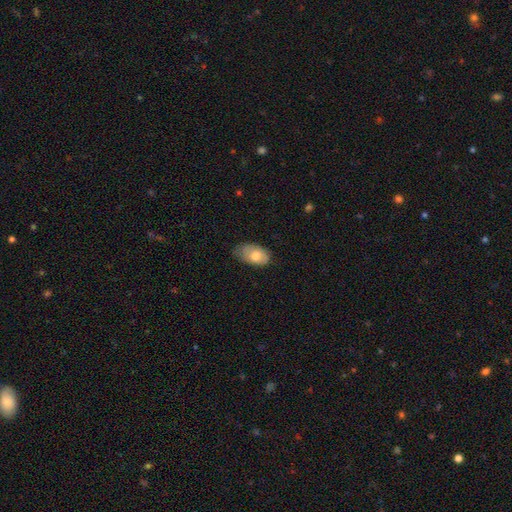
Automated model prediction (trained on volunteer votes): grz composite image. It shows a smooth galaxy with no disk features (73%) that is in between round and cigar-shaped (92%). Merging: none (53%).